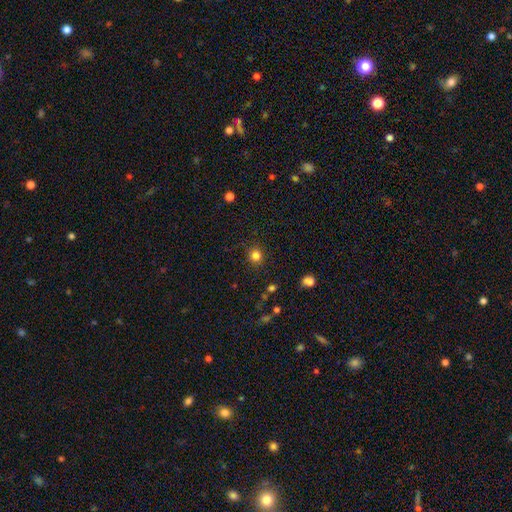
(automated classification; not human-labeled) Smooth or featured?
  - smooth: 81% *
  - star or artifact: 14%
  - featured or disk: 5%
How rounded?
  - round: 88% *
  - in between: 11%
  - cigar-shaped: 1%
Merging?
  - none: 87% *
  - minor disturbance: 9%
  - major disturbance: 3%
  - merger: 1%